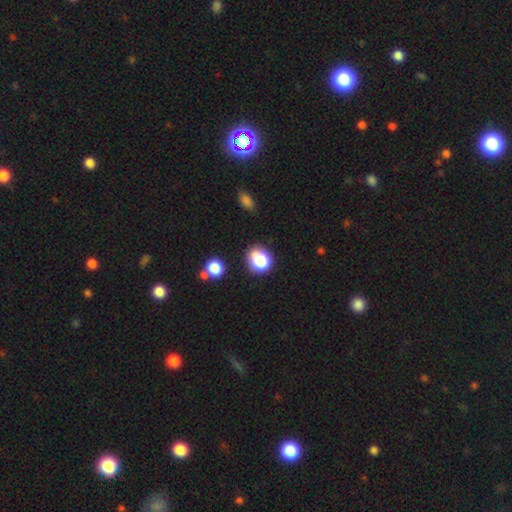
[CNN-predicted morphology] Smooth or featured?
  - smooth: 73% *
  - star or artifact: 15%
  - featured or disk: 12%
How rounded?
  - round: 75% *
  - in between: 24%
  - cigar-shaped: 1%
Merging?
  - none: 57% *
  - merger: 20%
  - minor disturbance: 16%
  - major disturbance: 7%